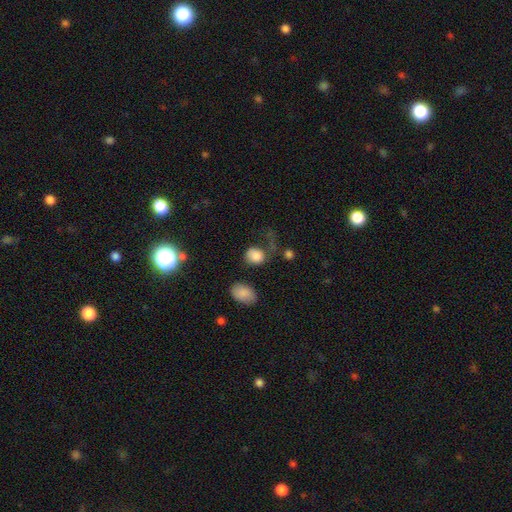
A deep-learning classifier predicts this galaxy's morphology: The model was most divided on "merging": none: 45%, major disturbance: 26%, minor disturbance: 21%, merger: 8%. More confident: smooth or featured — smooth (82%); how rounded — round (62%).